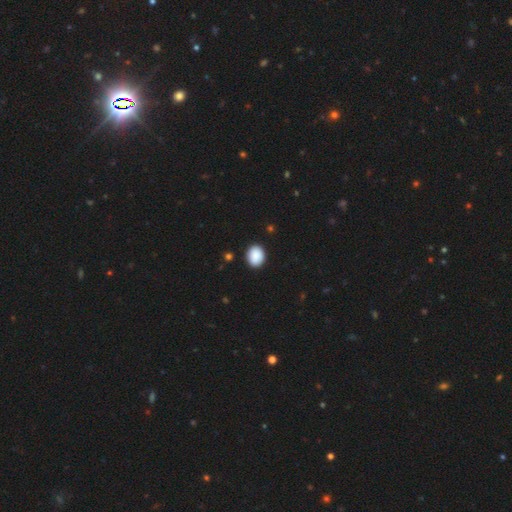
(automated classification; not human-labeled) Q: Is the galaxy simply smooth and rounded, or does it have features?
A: smooth — 89%.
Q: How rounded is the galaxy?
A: round — 54%.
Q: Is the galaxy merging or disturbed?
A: none — 89%.